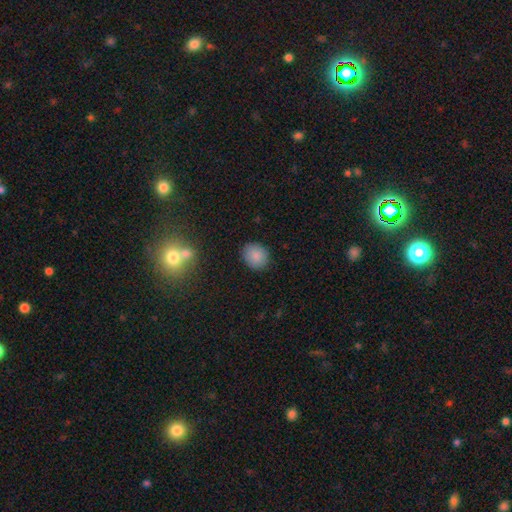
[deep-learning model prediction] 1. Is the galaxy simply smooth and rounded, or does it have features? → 86% smooth, 9% star or artifact, 5% featured or disk.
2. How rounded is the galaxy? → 69% round, 30% in between, 1% cigar-shaped.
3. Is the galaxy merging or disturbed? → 88% none, 8% minor disturbance, 2% major disturbance, 1% merger.